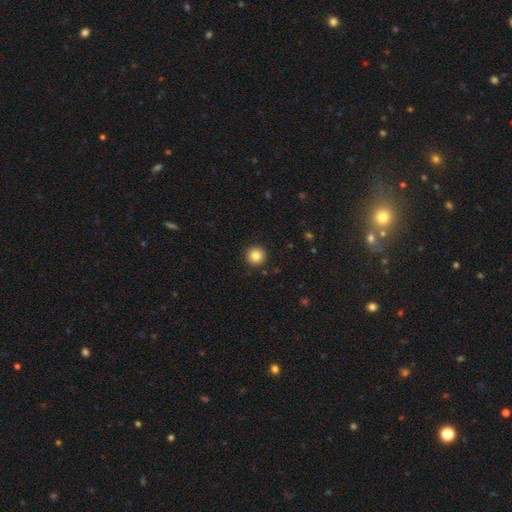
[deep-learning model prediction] Smooth or featured? Predicted: smooth (p=0.84). How rounded? Predicted: round (p=0.96). Merging? Predicted: none (p=0.92).